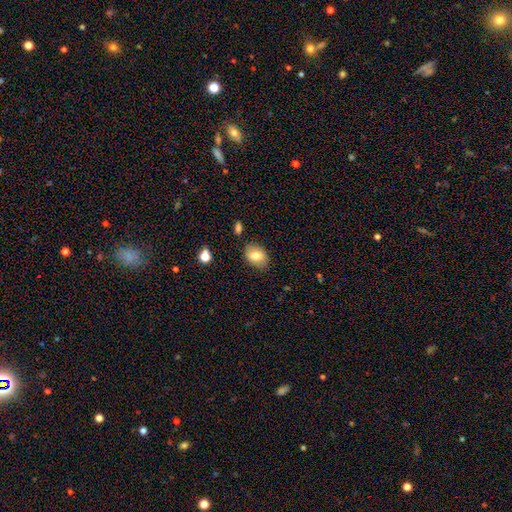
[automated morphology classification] Smooth or featured: smooth — 78% (featured or disk — 13%)
How rounded: in between — 74% (round — 25%)
Merging: none — 81% (minor disturbance — 13%)